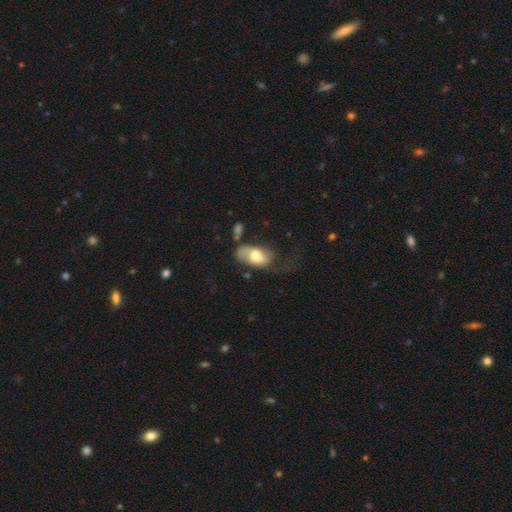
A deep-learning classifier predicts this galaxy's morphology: Smooth or featured: smooth — 58% (featured or disk — 35%)
How rounded: in between — 91% (round — 7%)
Merging: none — 32% (major disturbance — 31%)